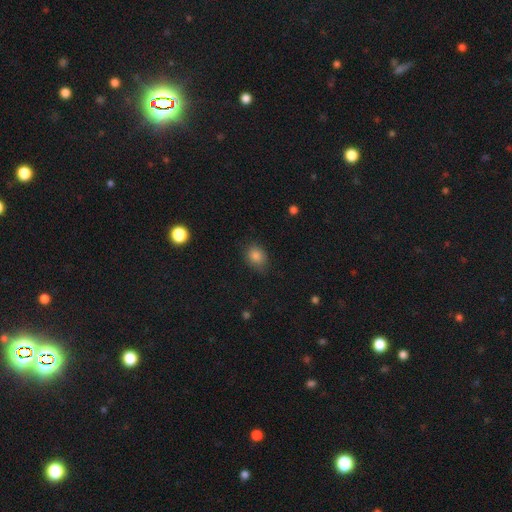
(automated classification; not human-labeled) smooth 84%, star or artifact 11%, featured or disk 6%. Down the decision tree: how rounded — in between (53%); merging — none (74%).